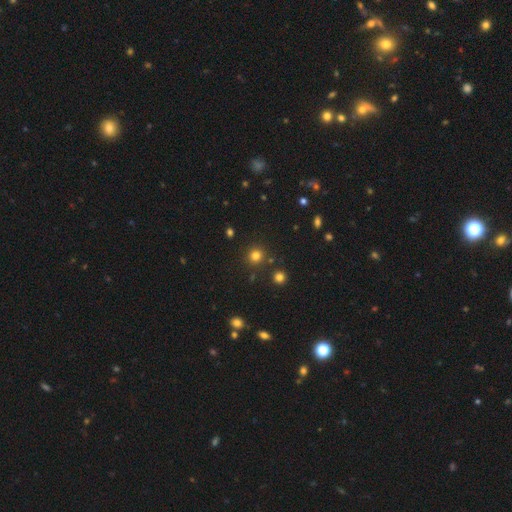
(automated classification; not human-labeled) The model was most divided on "smooth or featured": smooth: 79%, star or artifact: 16%, featured or disk: 5%. More confident: how rounded — round (92%); merging — none (87%).